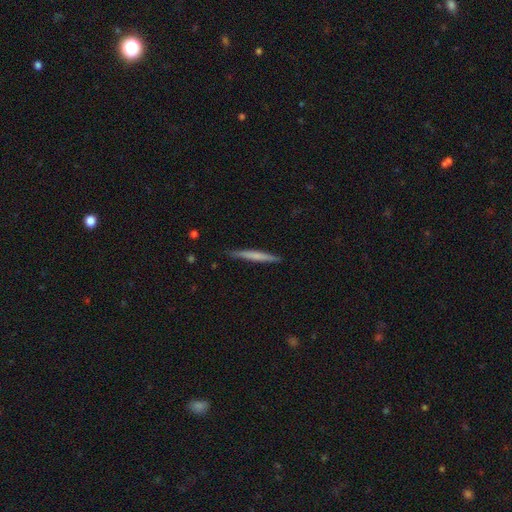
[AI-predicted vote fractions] smooth_or_featured: smooth (p=0.57) [alt: featured or disk p=0.37]
how_rounded: cigar-shaped (p=0.96) [alt: in between p=0.02]
merging: none (p=0.87) [alt: minor disturbance p=0.10]